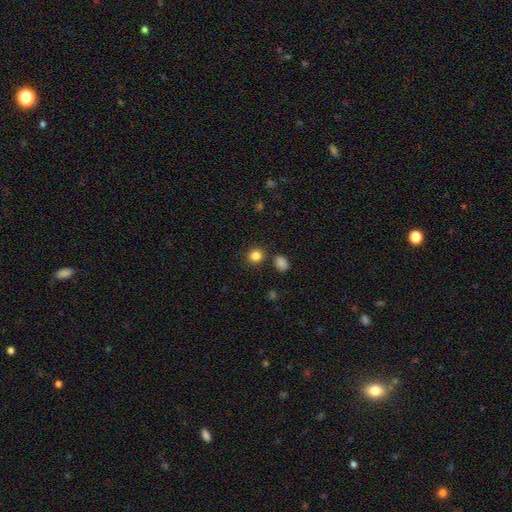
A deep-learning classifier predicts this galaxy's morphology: This appears to be a smooth galaxy with no disk features (84%) that is round (85%). Merging: none (85%).